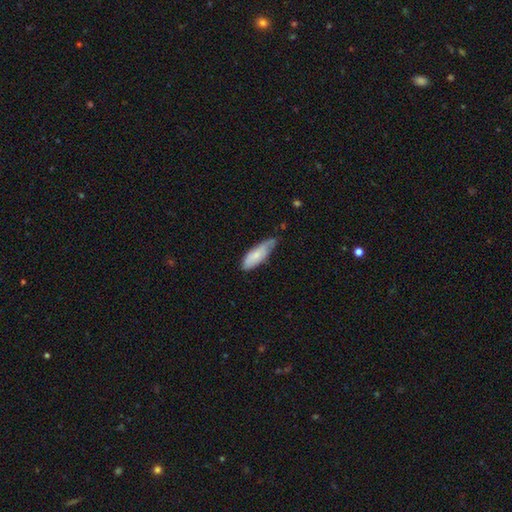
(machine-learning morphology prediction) A smooth galaxy with no disk features (72%) that is in between round and cigar-shaped (59%).

Vote fractions:
- Smooth or featured? smooth: 72% / featured or disk: 22% / star or artifact: 6%
- How rounded? in between: 59% / cigar-shaped: 39% / round: 2%
- Merging? none: 49% / minor disturbance: 41% / major disturbance: 8% / merger: 2%